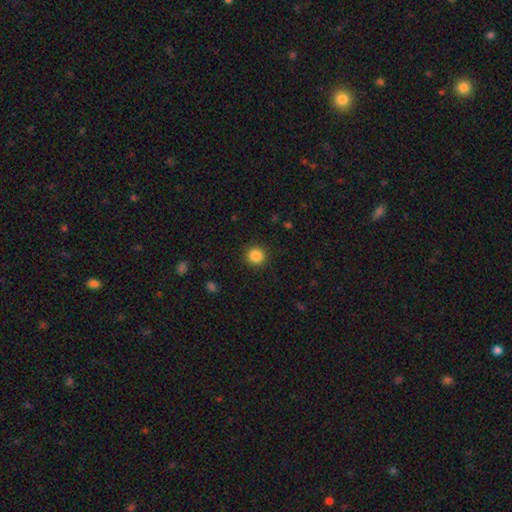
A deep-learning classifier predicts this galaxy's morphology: smooth-or-featured: smooth: 86% | star or artifact: 10% | featured or disk: 4%
  how-rounded: round: 94% | in between: 5% | cigar-shaped: 1%
  merging: none: 92% | minor disturbance: 5% | major disturbance: 2% | merger: 1%